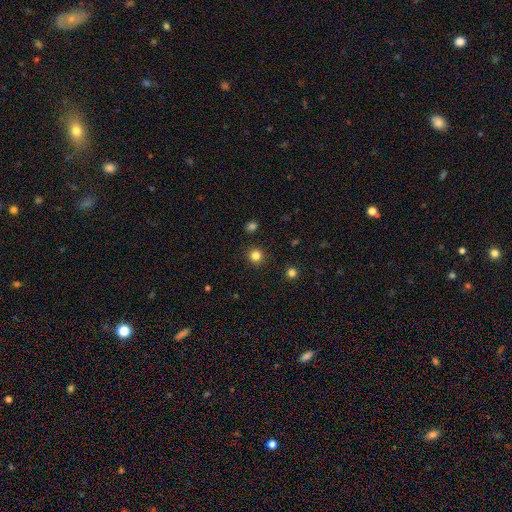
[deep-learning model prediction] Smooth or featured: smooth — 82% (star or artifact — 14%)
How rounded: round — 94% (in between — 5%)
Merging: none — 92% (minor disturbance — 5%)